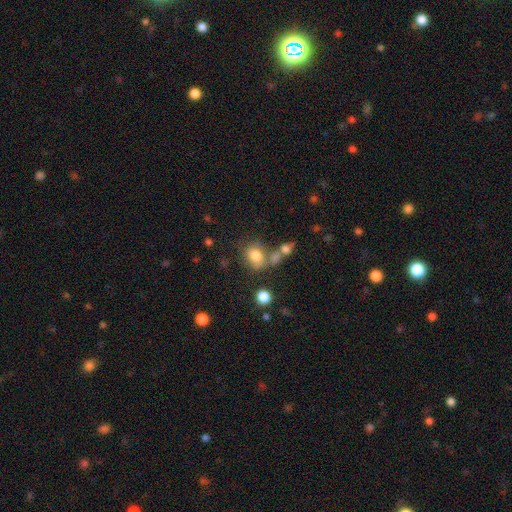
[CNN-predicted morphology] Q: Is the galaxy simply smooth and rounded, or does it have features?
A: smooth — 78%.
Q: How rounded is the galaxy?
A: round — 53%.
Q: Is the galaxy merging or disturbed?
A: none — 51%.